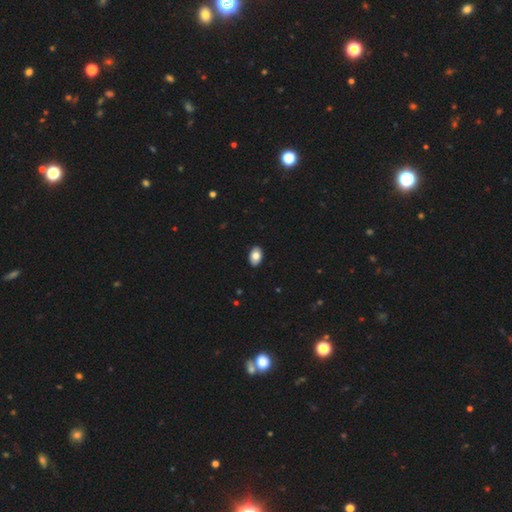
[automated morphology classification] This appears to be a smooth galaxy with no disk features (82%) that is in between round and cigar-shaped (90%). Merging: none (91%).